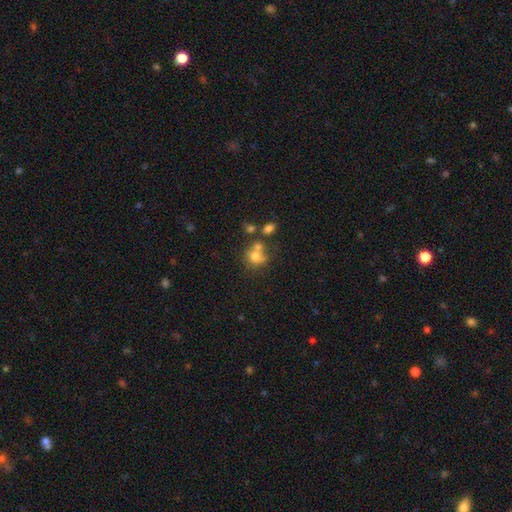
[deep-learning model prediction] A smooth galaxy with no disk features (68%) that is round (68%). Merging: none (40%).